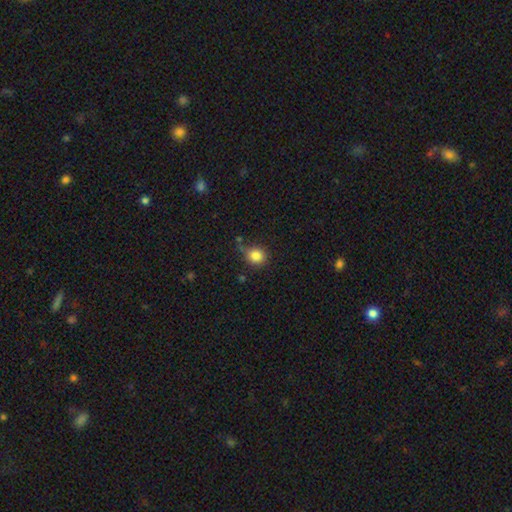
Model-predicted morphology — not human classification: smooth_or_featured: smooth (p=0.84) [alt: star or artifact p=0.11]
how_rounded: round (p=0.85) [alt: in between p=0.14]
merging: none (p=0.74) [alt: minor disturbance p=0.16]